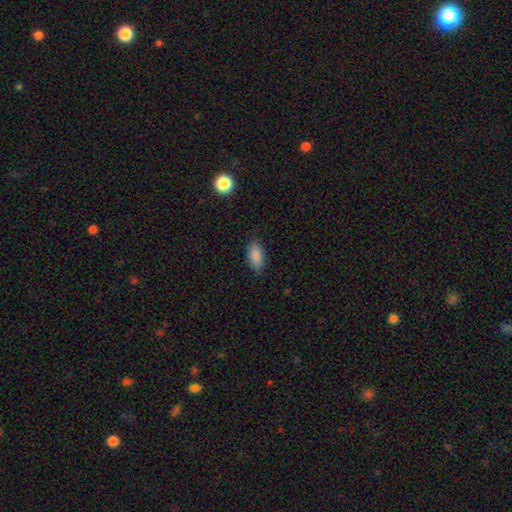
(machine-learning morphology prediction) This appears to be a smooth galaxy with no disk features (88%) that is in between round and cigar-shaped (91%). Merging: none (85%).